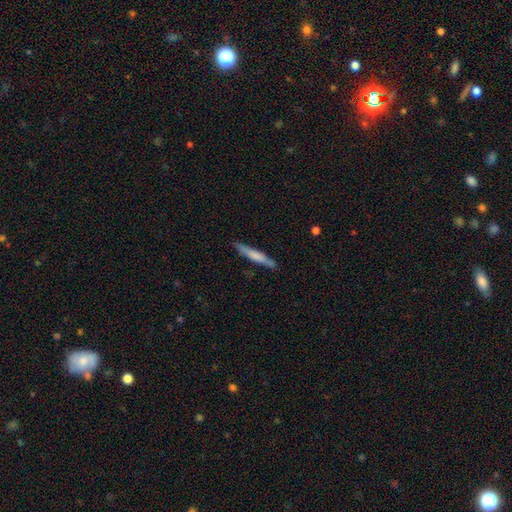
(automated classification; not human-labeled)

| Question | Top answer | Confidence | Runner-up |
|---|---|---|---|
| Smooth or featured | smooth | 61% | featured or disk (33%) |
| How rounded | cigar-shaped | 94% | in between (4%) |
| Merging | none | 87% | minor disturbance (10%) |